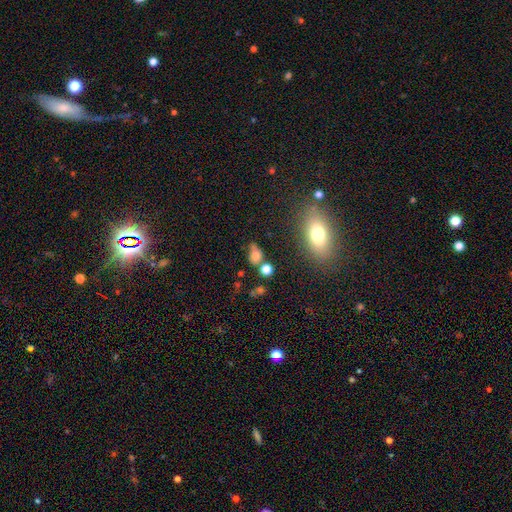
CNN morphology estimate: Smooth or featured?
  - smooth: 72% *
  - star or artifact: 17%
  - featured or disk: 11%
How rounded?
  - in between: 60% *
  - round: 36%
  - cigar-shaped: 4%
Merging?
  - none: 47% *
  - merger: 22%
  - minor disturbance: 20%
  - major disturbance: 11%